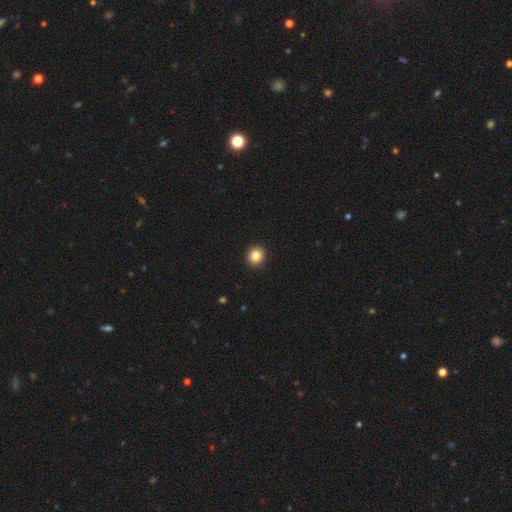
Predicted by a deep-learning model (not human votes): Smooth or featured?
  - smooth: 85% *
  - star or artifact: 10%
  - featured or disk: 5%
How rounded?
  - round: 89% *
  - in between: 10%
  - cigar-shaped: 1%
Merging?
  - none: 93% *
  - minor disturbance: 4%
  - major disturbance: 1%
  - merger: 1%